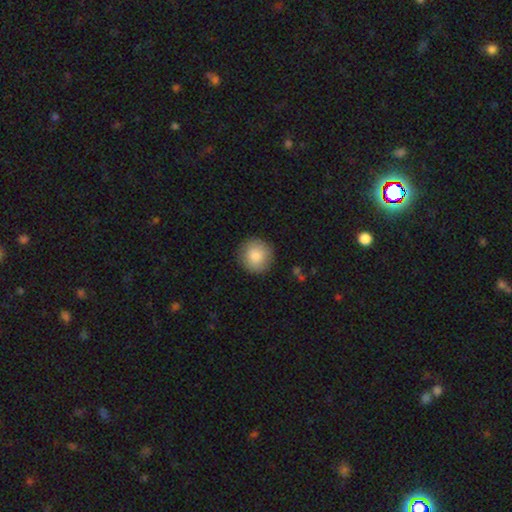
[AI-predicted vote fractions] A smooth galaxy with no disk features (85%) that is round (94%).

Vote fractions:
- Smooth or featured? smooth: 85% / featured or disk: 8% / star or artifact: 7%
- How rounded? round: 94% / in between: 5% / cigar-shaped: 1%
- Merging? none: 89% / minor disturbance: 8% / major disturbance: 2% / merger: 1%